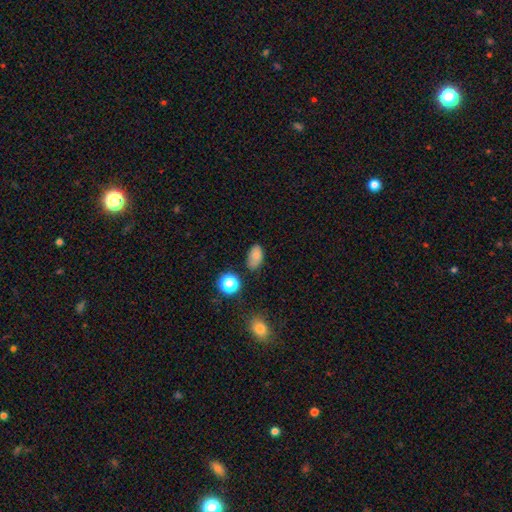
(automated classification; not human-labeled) Morphology: type=smooth (78%); roundness=in between (89%); merging=none (72%).